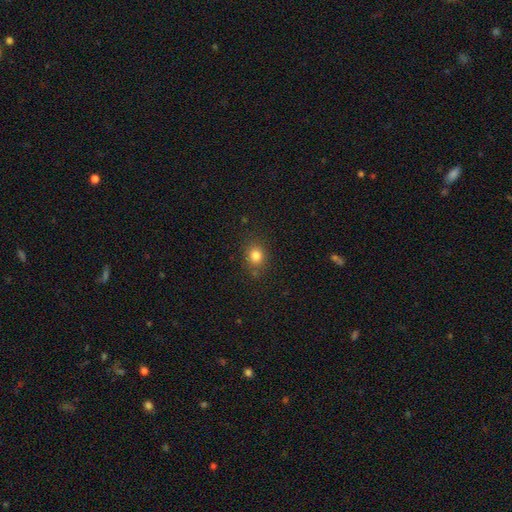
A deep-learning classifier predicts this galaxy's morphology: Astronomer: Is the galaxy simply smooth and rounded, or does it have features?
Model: smooth — 81%.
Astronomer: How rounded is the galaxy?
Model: round — 70%.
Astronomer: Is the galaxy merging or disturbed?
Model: none — 81%.